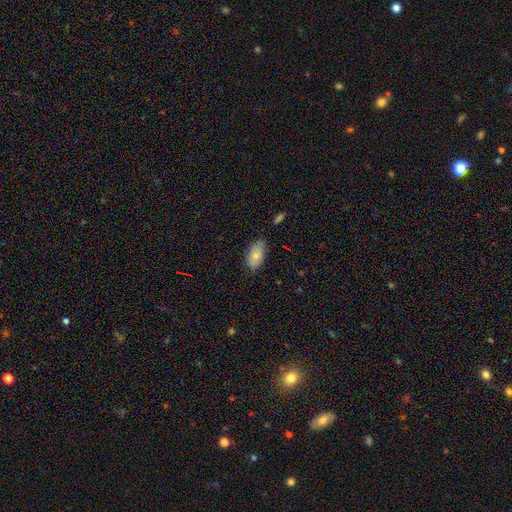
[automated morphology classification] This is likely a smooth galaxy (73%). How rounded: clearly in between (92%). Merging: likely none (71%).